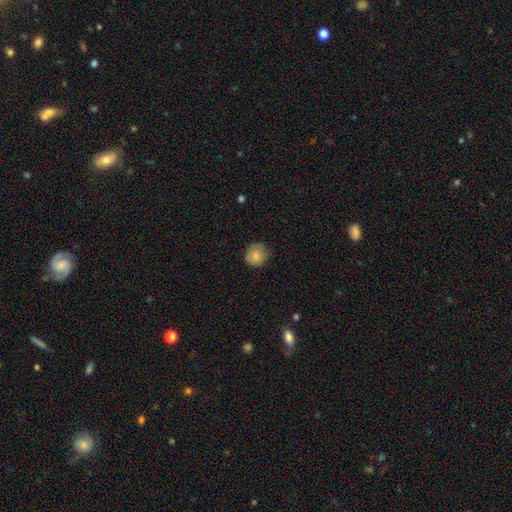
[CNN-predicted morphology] Overall: smooth (85%). How rounded: round (90%). Merging: none (81%).